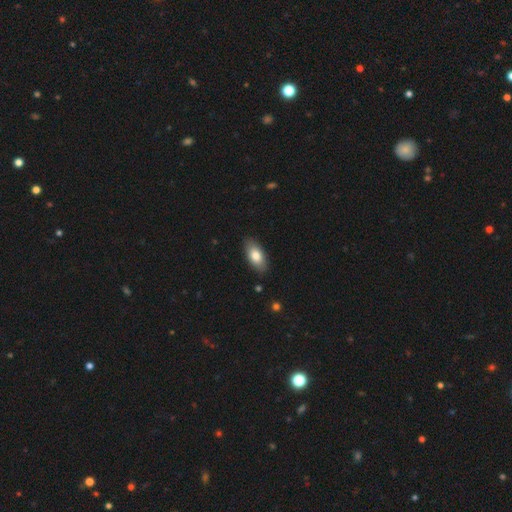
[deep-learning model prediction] The model was most divided on "smooth or featured": smooth: 79%, featured or disk: 15%, star or artifact: 6%. More confident: how rounded — in between (89%); merging — none (86%).